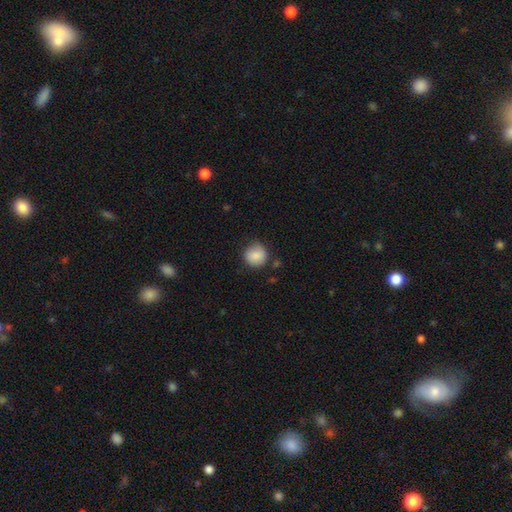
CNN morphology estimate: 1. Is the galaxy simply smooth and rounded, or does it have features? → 84% smooth, 8% featured or disk, 8% star or artifact.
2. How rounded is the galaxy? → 90% round, 9% in between, 1% cigar-shaped.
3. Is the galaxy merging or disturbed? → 75% none, 18% minor disturbance, 4% major disturbance, 2% merger.